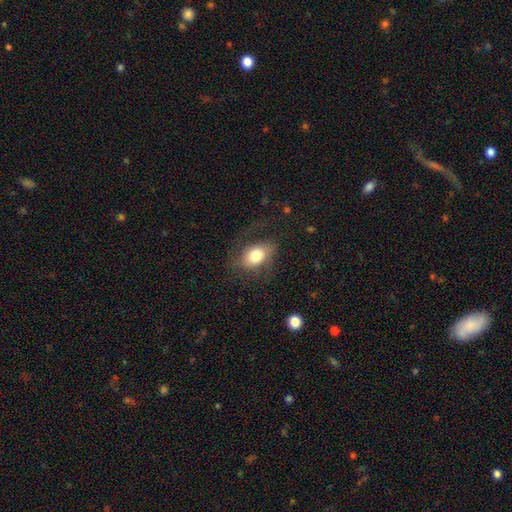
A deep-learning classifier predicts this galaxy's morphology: Q: Smooth or featured?
A: smooth (70%); runner-up: featured or disk (21%)
Q: How rounded?
A: in between (79%); runner-up: round (19%)
Q: Merging?
A: none (62%); runner-up: minor disturbance (19%)